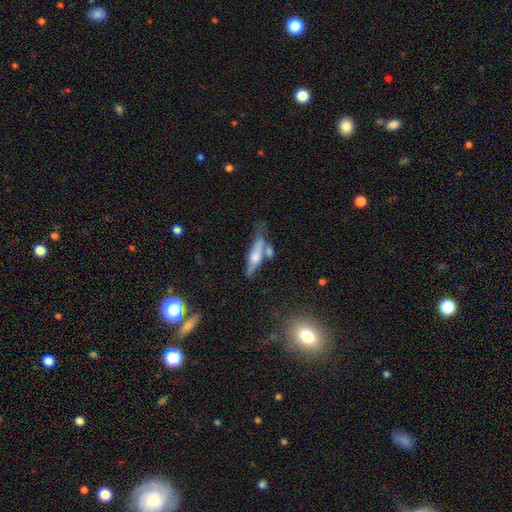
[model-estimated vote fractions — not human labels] Smooth or featured: smooth — 48% (featured or disk — 44%)
Merging: none — 45% (merger — 26%)